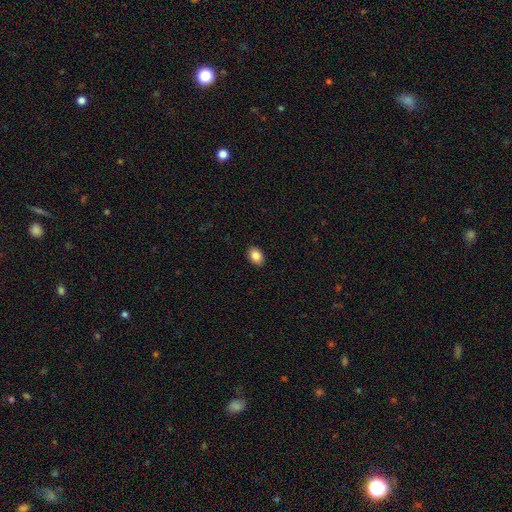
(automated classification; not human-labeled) Smooth or featured?
  - smooth: 87% *
  - star or artifact: 8%
  - featured or disk: 5%
How rounded?
  - in between: 76% *
  - round: 23%
  - cigar-shaped: 1%
Merging?
  - none: 90% *
  - minor disturbance: 7%
  - major disturbance: 2%
  - merger: 1%